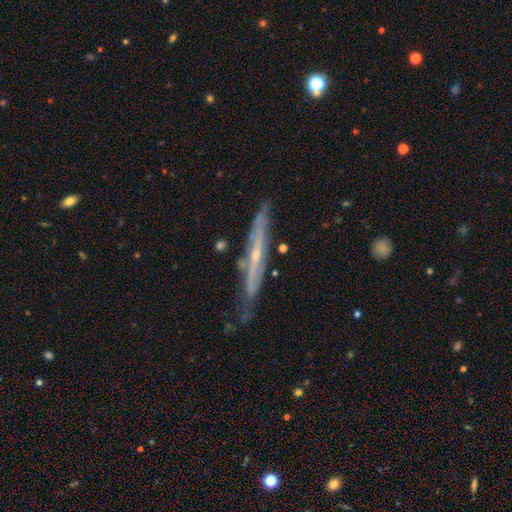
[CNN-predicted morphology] smooth_or_featured: featured or disk (p=0.76) [alt: smooth p=0.18]
disk_edge_on: yes (p=0.85) [alt: no p=0.15]
edge_on_bulge: rounded (p=0.55) [alt: none p=0.42]
merging: none (p=0.68) [alt: minor disturbance p=0.24]